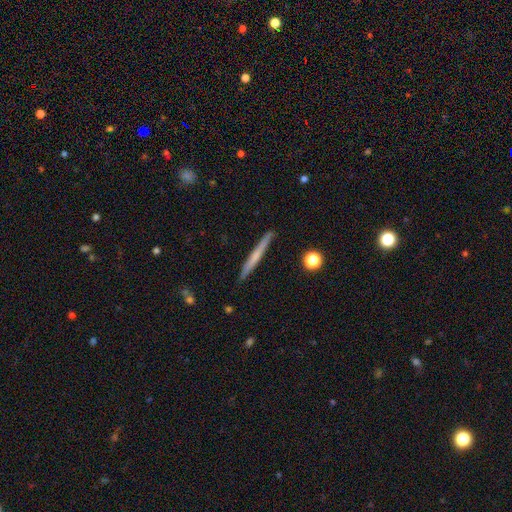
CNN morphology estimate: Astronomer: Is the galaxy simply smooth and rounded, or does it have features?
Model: smooth — 48% (runner-up: featured or disk, 46%).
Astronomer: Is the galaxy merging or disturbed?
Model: none — 91%.